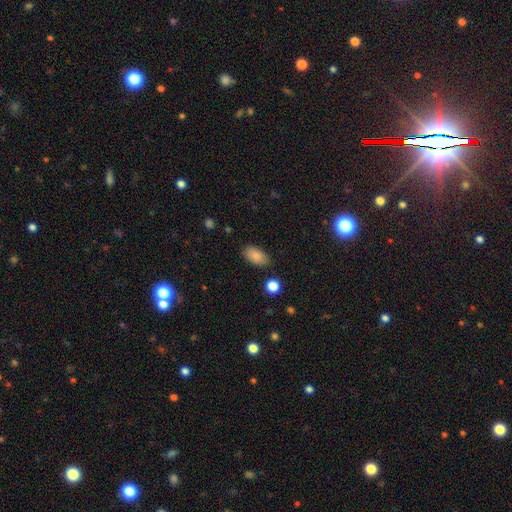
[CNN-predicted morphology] smooth 86%, star or artifact 8%, featured or disk 6%. Down the decision tree: how rounded — in between (92%); merging — none (83%).